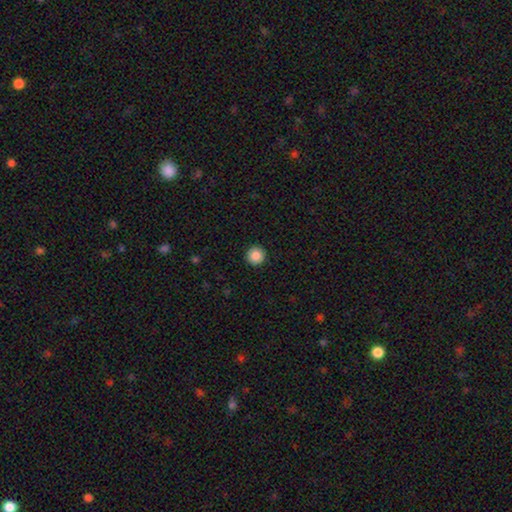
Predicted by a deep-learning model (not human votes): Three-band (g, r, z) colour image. It shows a smooth galaxy with no disk features (88%) that is round (96%). Merging: none (93%).